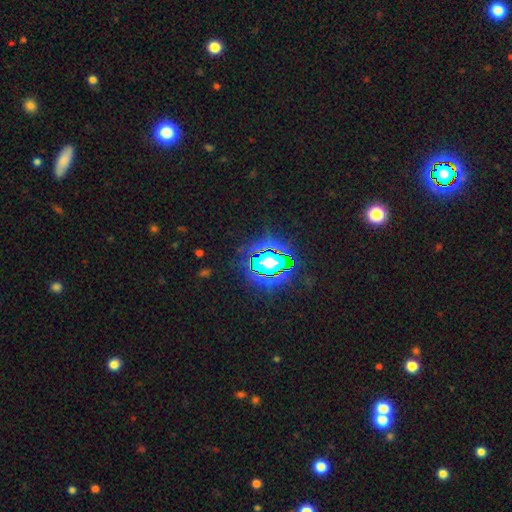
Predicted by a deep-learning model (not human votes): This is clearly a star or artifact rather than a galaxy (83%).